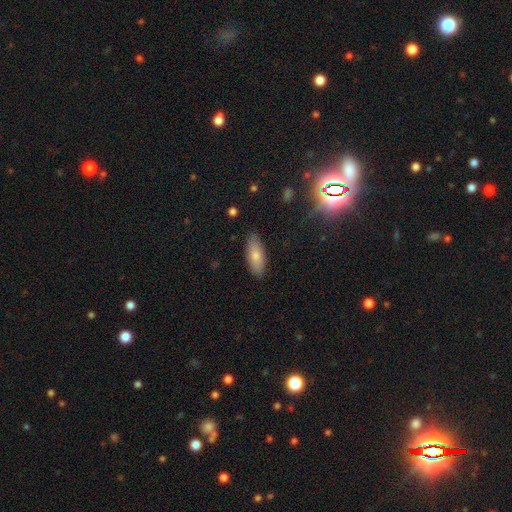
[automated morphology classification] This is likely a smooth galaxy (78%). How rounded: likely in between (78%). Merging: clearly none (86%).